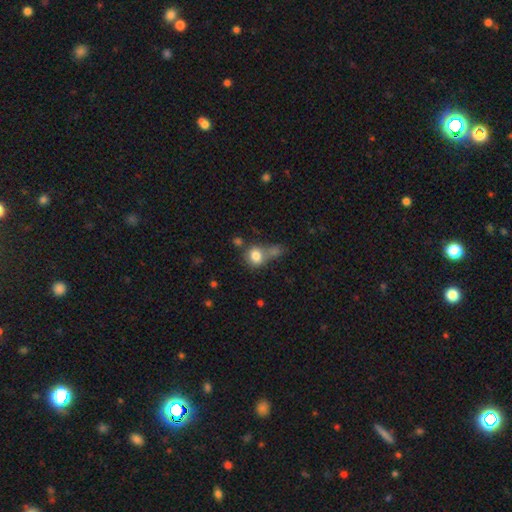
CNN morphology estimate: Smooth or featured?
  - smooth: 79% *
  - star or artifact: 11%
  - featured or disk: 10%
How rounded?
  - round: 71% *
  - in between: 28%
  - cigar-shaped: 1%
Merging?
  - none: 41% *
  - merger: 37%
  - minor disturbance: 14%
  - major disturbance: 9%